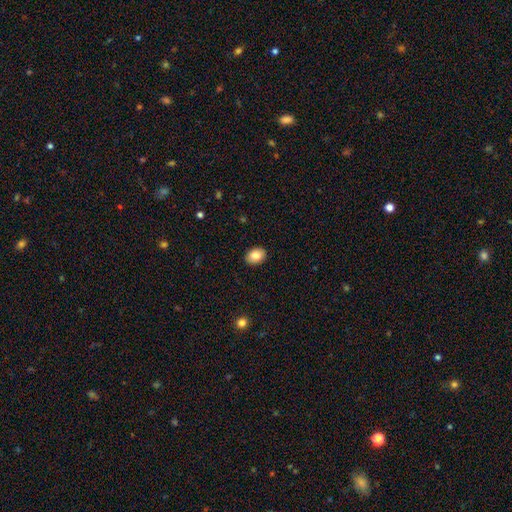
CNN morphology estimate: Q: Smooth or featured?
A: smooth (85%); runner-up: star or artifact (8%)
Q: How rounded?
A: in between (70%); runner-up: round (30%)
Q: Merging?
A: none (91%); runner-up: minor disturbance (7%)